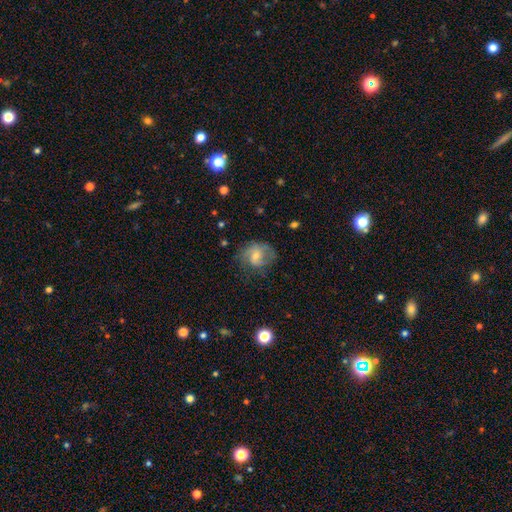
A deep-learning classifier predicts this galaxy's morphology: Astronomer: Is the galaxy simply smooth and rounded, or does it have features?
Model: featured or disk — 55% (runner-up: smooth, 37%).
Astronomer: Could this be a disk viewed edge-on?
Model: no — 97%.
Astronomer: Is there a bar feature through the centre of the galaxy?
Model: no — 54% (runner-up: weak, 38%).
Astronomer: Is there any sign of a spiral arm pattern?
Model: yes — 79%.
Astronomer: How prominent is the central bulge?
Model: small — 50% (runner-up: moderate, 42%).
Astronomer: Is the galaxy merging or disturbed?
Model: none — 54%.